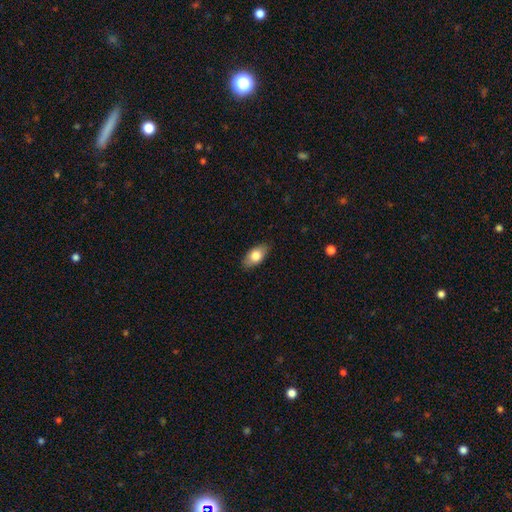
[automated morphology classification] This is likely a smooth galaxy (78%). How rounded: clearly in between (90%). Merging: clearly none (85%).